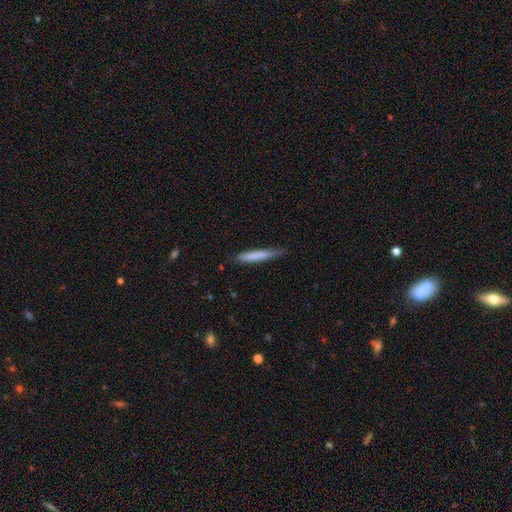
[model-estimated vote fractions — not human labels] Smooth or featured? smooth (75%)
How rounded? cigar-shaped (94%)
Merging? none (74%)